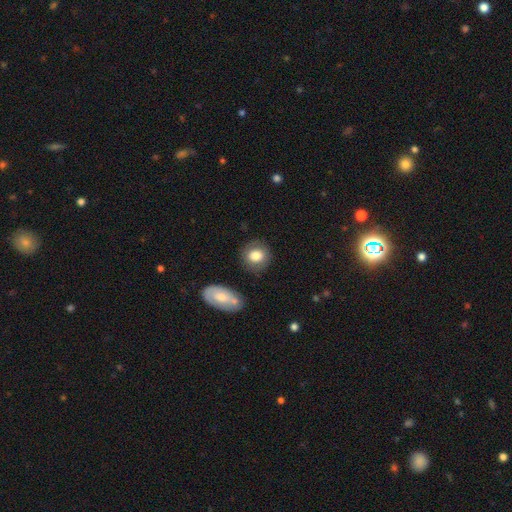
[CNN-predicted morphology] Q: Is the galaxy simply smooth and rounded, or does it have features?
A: smooth — 79%.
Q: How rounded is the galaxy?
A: round — 79%.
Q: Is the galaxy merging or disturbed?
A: none — 80%.